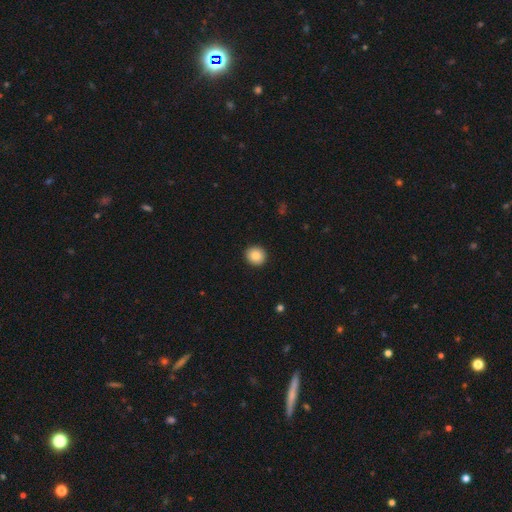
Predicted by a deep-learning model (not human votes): Smooth or featured: smooth — 86% (star or artifact — 9%)
How rounded: round — 91% (in between — 8%)
Merging: none — 93% (minor disturbance — 5%)